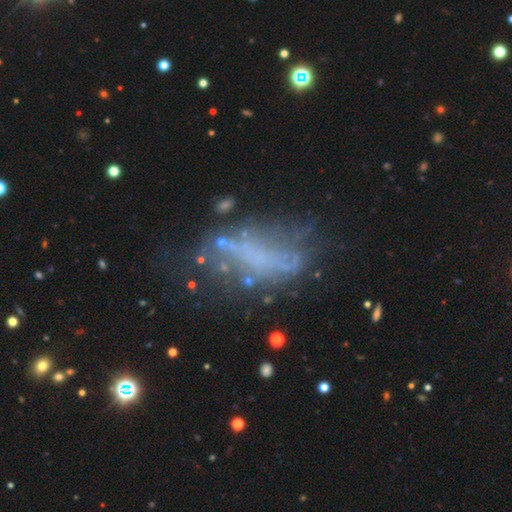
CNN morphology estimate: Smooth or featured? featured or disk (49%)
Merging? none (42%)